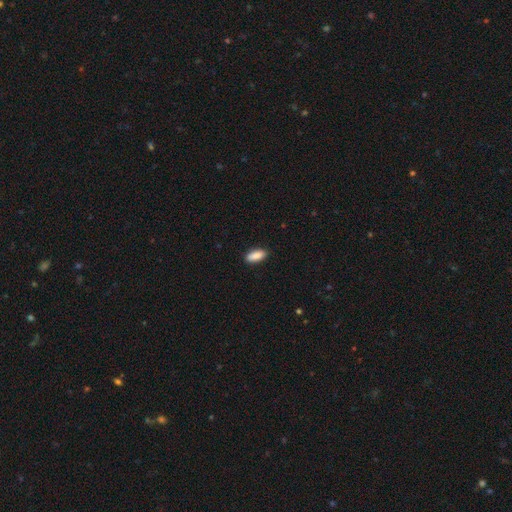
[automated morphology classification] smooth-or-featured: smooth: 89% | star or artifact: 6% | featured or disk: 4%
  how-rounded: in between: 78% | cigar-shaped: 20% | round: 2%
  merging: none: 89% | minor disturbance: 9% | major disturbance: 2% | merger: 1%